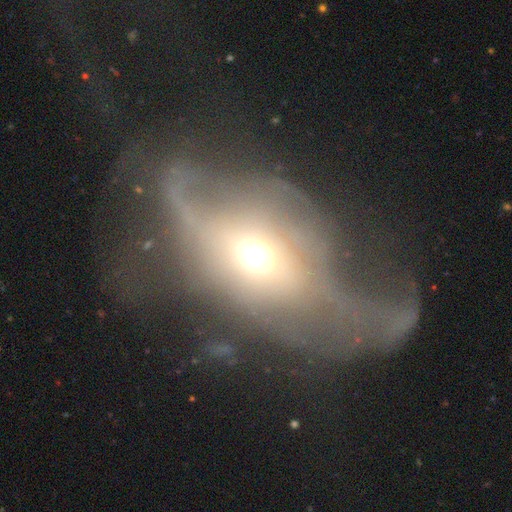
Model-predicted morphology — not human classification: Q: Smooth or featured?
A: featured or disk (61%); runner-up: smooth (29%)
Q: Edge-on disk?
A: no (85%); runner-up: yes (15%)
Q: Bar?
A: no (73%); runner-up: weak (18%)
Q: Spiral arms?
A: no (61%); runner-up: yes (39%)
Q: Bulge size?
A: moderate (62%); runner-up: small (21%)
Q: Merging?
A: major disturbance (64%); runner-up: none (18%)